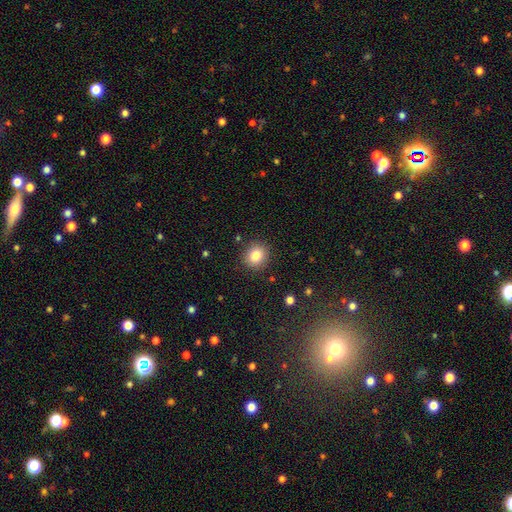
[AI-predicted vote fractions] Smooth or featured? Predicted: smooth (p=0.83). How rounded? Predicted: round (p=0.79). Merging? Predicted: none (p=0.89).